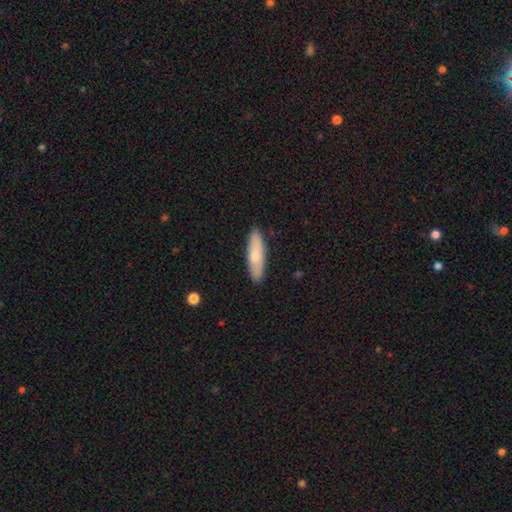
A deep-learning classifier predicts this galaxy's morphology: The model was most divided on "how rounded": cigar-shaped: 59%, in between: 39%, round: 2%. More confident: merging — none (88%); smooth or featured — smooth (75%).